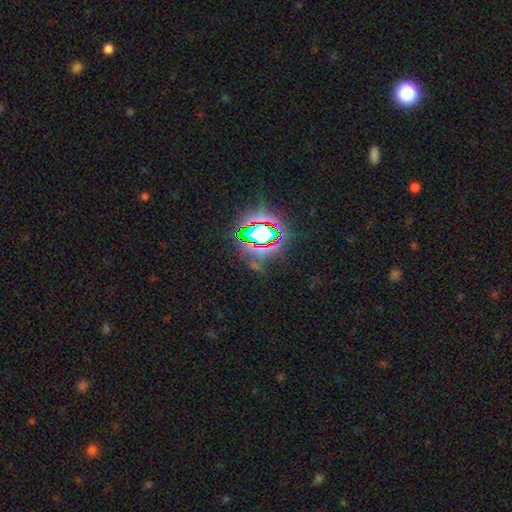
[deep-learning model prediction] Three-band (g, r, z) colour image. It shows a star or artifact, not a galaxy (80%).